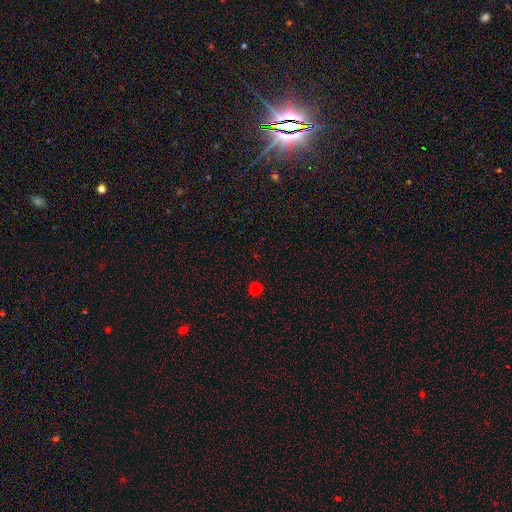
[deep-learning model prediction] This is possibly a smooth galaxy (49%). Merging: clearly none (90%).